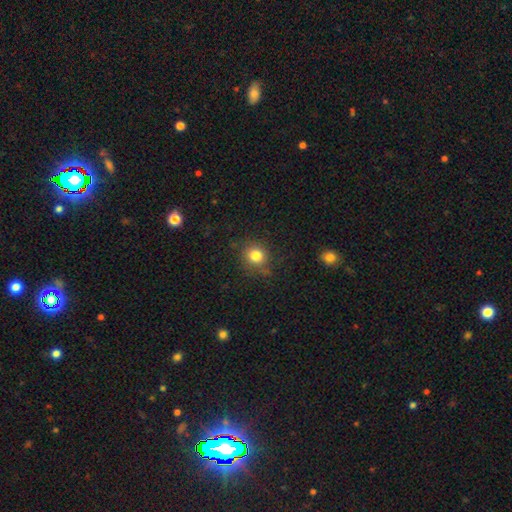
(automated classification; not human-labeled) Smooth or featured? Predicted: smooth (p=0.82). How rounded? Predicted: round (p=0.85). Merging? Predicted: none (p=0.80).